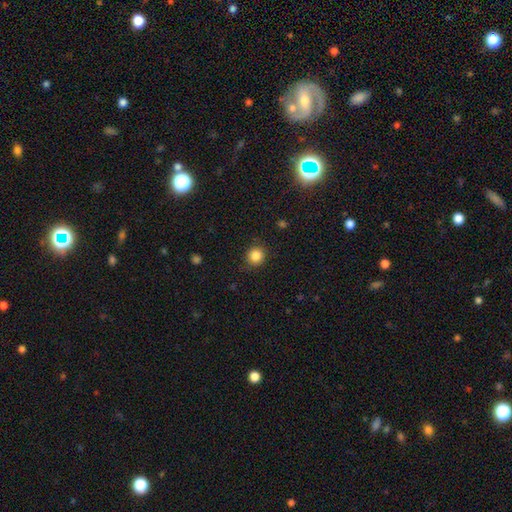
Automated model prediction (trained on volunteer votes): This appears to be a smooth galaxy with no disk features (85%) that is round (91%). Merging: none (88%).